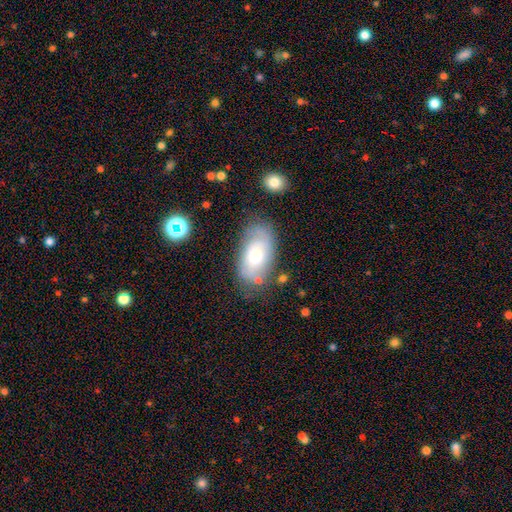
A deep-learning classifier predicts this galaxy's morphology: smooth 48%, featured or disk 44%, star or artifact 8%. Down the decision tree: merging — none (63%).